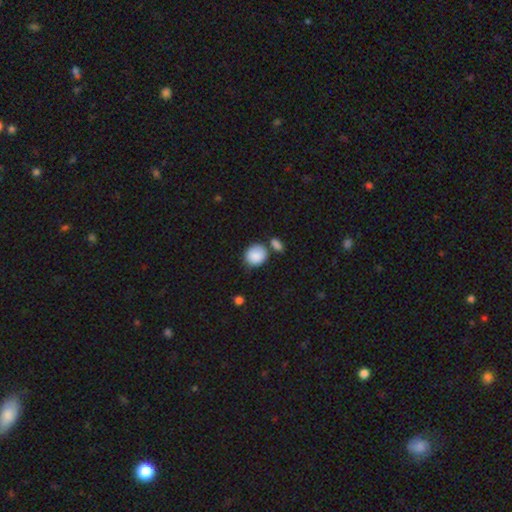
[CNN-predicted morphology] Smooth or featured? smooth (88%)
How rounded? round (76%)
Merging? none (63%)